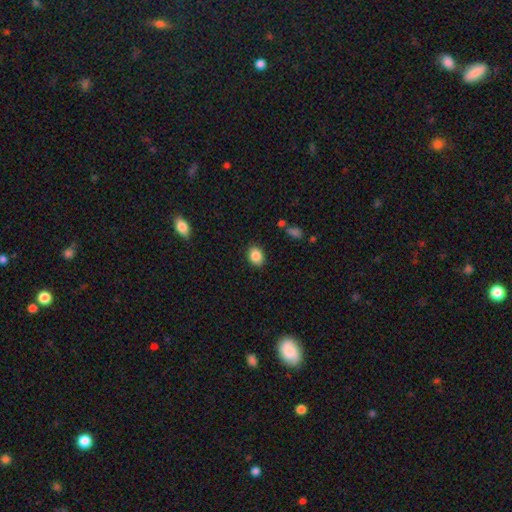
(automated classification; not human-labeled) Smooth or featured?
  - smooth: 86% *
  - star or artifact: 9%
  - featured or disk: 5%
How rounded?
  - in between: 65% *
  - round: 34%
  - cigar-shaped: 1%
Merging?
  - none: 86% *
  - minor disturbance: 10%
  - major disturbance: 2%
  - merger: 1%